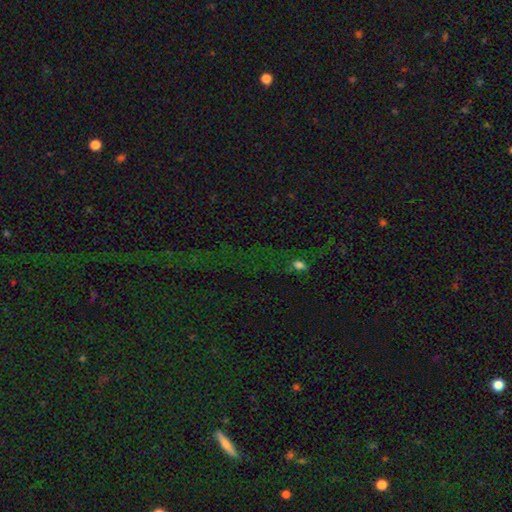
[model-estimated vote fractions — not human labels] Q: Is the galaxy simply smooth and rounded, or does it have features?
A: star or artifact — 75%.